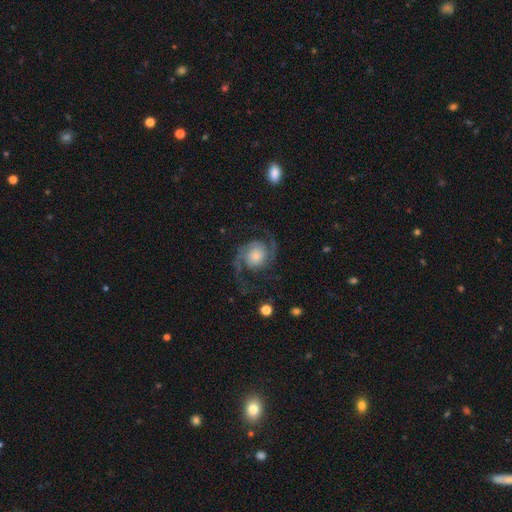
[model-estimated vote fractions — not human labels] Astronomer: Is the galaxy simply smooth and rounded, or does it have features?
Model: featured or disk — 88%.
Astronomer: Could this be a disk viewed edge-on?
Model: no — 98%.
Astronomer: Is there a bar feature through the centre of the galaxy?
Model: no — 73%.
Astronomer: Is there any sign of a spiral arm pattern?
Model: yes — 98%.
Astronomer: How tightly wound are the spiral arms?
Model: medium — 50% (runner-up: loose, 32%).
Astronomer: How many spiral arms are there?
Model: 2 — 92%.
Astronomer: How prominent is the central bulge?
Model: small — 41% (runner-up: moderate, 25%).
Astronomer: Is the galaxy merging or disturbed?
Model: none — 72%.